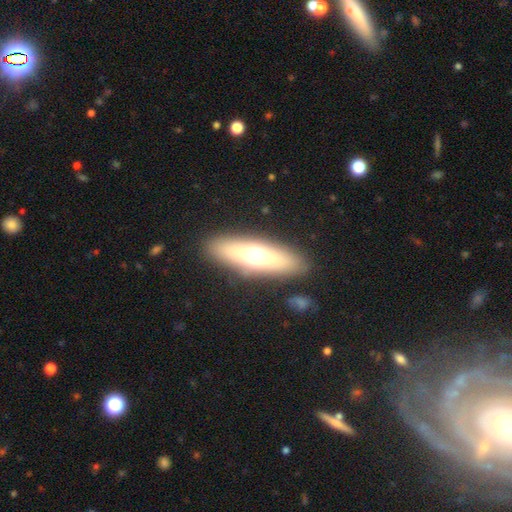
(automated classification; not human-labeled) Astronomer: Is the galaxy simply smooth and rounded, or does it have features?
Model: smooth — 52% (runner-up: featured or disk, 40%).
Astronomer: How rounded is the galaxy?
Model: cigar-shaped — 52% (runner-up: in between, 44%).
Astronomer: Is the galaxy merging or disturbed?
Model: none — 86%.